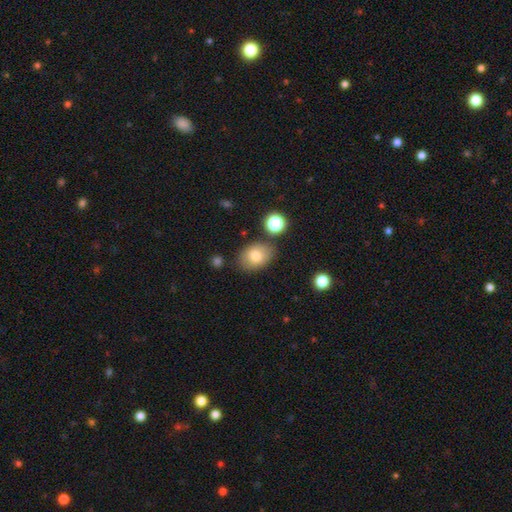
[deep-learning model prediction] Q: Smooth or featured?
A: smooth (77%); runner-up: featured or disk (13%)
Q: How rounded?
A: in between (73%); runner-up: round (26%)
Q: Merging?
A: none (78%); runner-up: minor disturbance (13%)